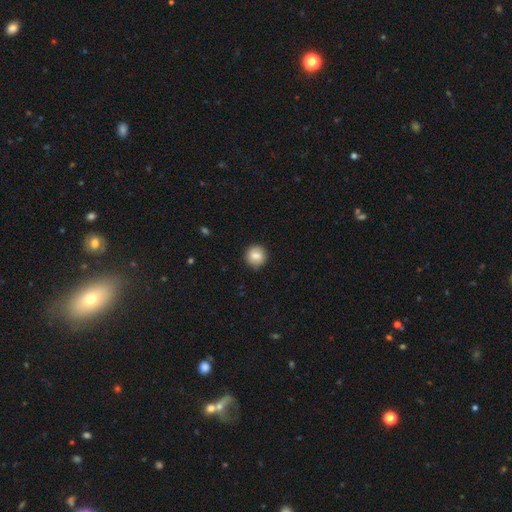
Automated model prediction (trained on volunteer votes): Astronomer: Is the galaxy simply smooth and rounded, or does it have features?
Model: smooth — 82%.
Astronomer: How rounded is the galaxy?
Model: round — 91%.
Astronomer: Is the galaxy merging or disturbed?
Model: none — 89%.